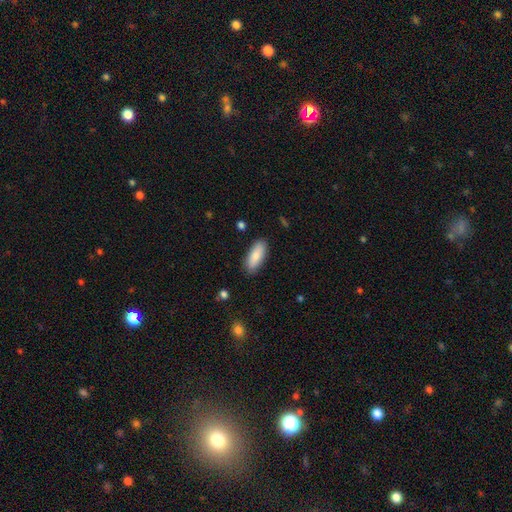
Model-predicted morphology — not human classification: Smooth or featured: smooth — 83% (featured or disk — 11%)
How rounded: in between — 77% (cigar-shaped — 21%)
Merging: none — 87% (minor disturbance — 10%)